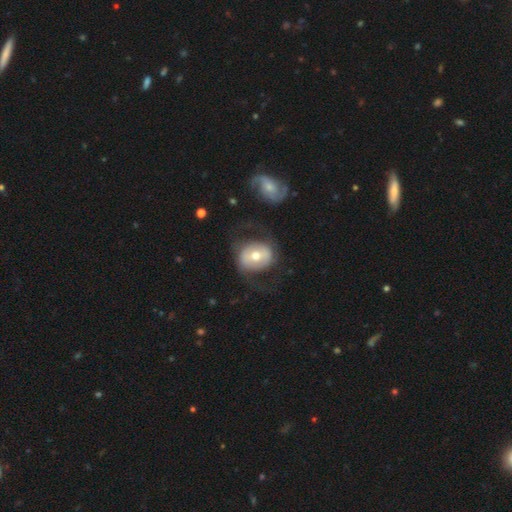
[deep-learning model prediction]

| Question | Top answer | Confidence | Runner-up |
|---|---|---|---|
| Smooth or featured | featured or disk | 53% | smooth (41%) |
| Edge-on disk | no | 95% | yes (5%) |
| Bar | no | 44% | weak (31%) |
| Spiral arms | no | 55% | yes (45%) |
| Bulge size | moderate | 67% | small (25%) |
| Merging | none | 64% | major disturbance (17%) |